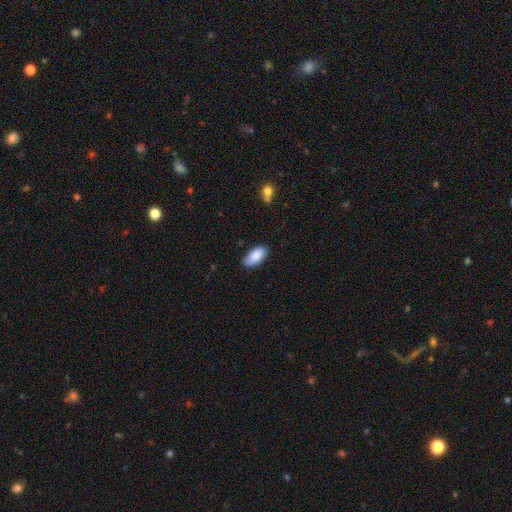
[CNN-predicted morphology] Q: Smooth or featured?
A: smooth (85%); runner-up: featured or disk (8%)
Q: How rounded?
A: in between (93%); runner-up: cigar-shaped (4%)
Q: Merging?
A: none (79%); runner-up: minor disturbance (17%)